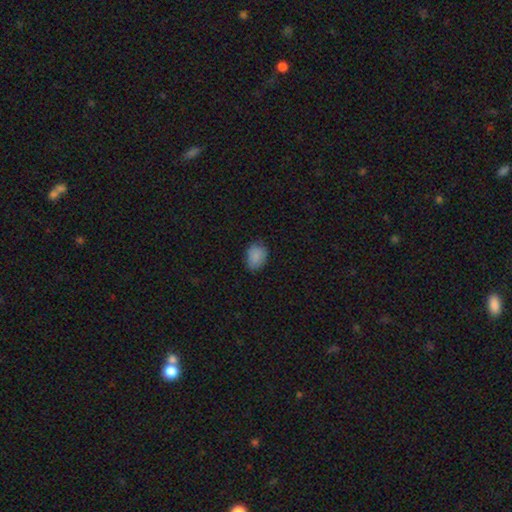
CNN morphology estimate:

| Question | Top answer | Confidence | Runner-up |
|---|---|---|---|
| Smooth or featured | smooth | 86% | star or artifact (9%) |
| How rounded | in between | 65% | round (34%) |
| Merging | none | 76% | minor disturbance (19%) |